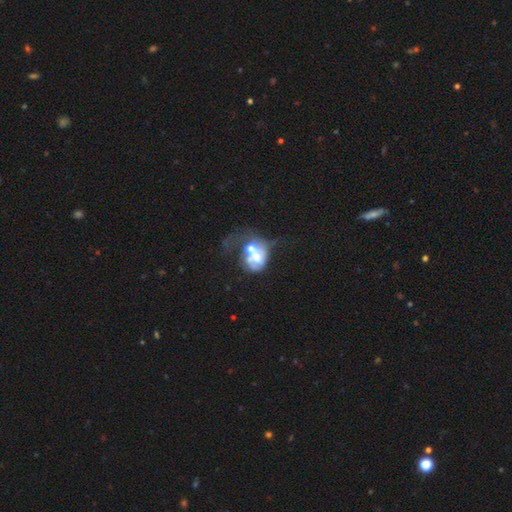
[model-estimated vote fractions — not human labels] Morphology: type=featured or disk (58%); edge-on=no (97%); bar=no (75%); spiral arms=no (72%); bulge=moderate (50%); merging=merger (55%).